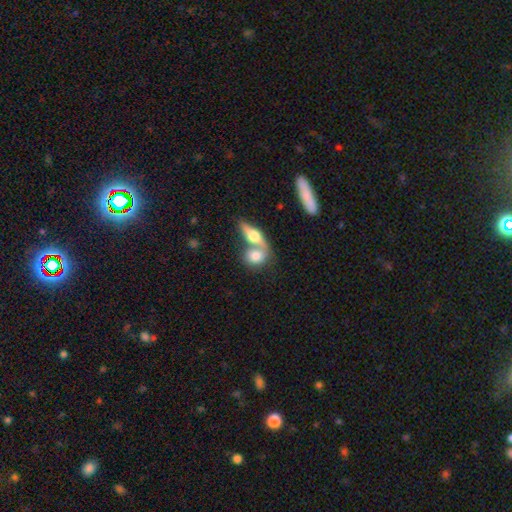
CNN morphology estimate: This is likely a smooth galaxy (70%). How rounded: possibly in between (57%). Merging: likely merger (62%).